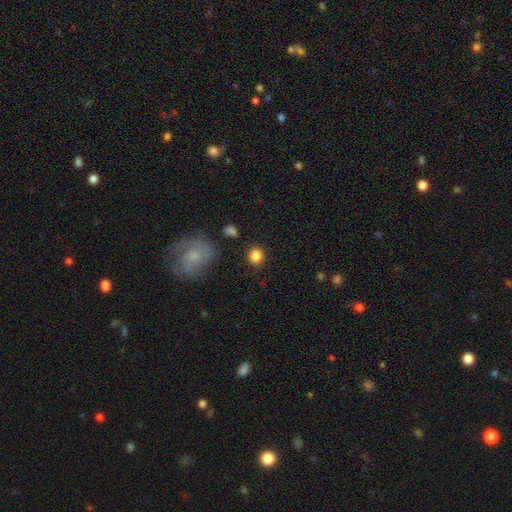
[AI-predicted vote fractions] A smooth galaxy with no disk features (85%) that is round (83%). Merging: none (87%).